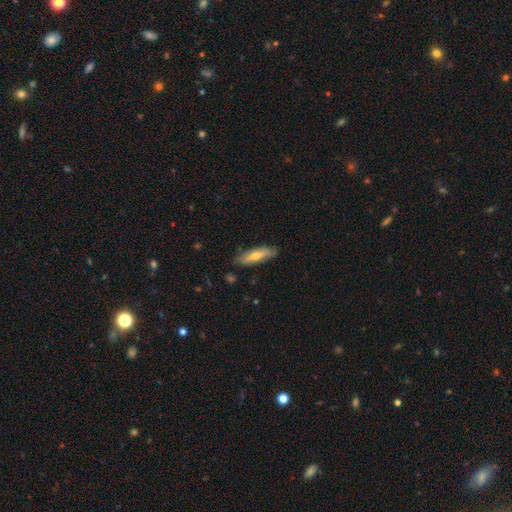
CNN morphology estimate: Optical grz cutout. It shows a smooth galaxy with no disk features (53%) that is cigar-shaped (61%). Merging: none (81%).